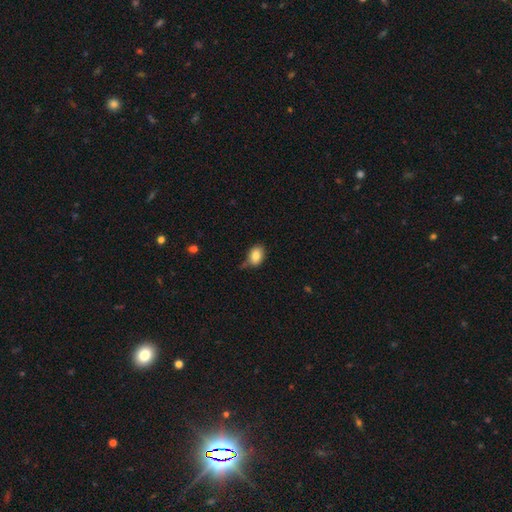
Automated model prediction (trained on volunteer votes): This appears to be a smooth galaxy with no disk features (83%) that is in between round and cigar-shaped (78%). Merging: none (64%).